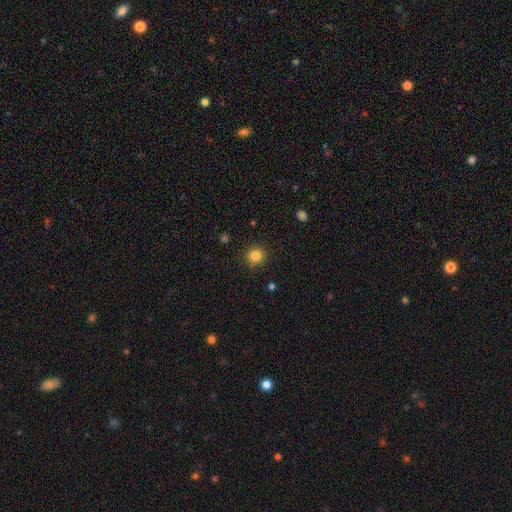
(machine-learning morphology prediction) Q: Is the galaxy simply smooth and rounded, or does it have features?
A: smooth — 83%.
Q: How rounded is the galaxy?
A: round — 91%.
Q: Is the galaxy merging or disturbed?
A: none — 89%.